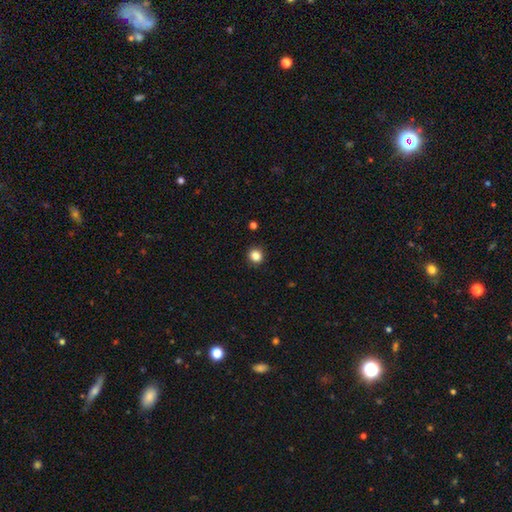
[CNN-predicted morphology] This appears to be a smooth galaxy with no disk features (85%) that is round (87%). Merging: none (91%).